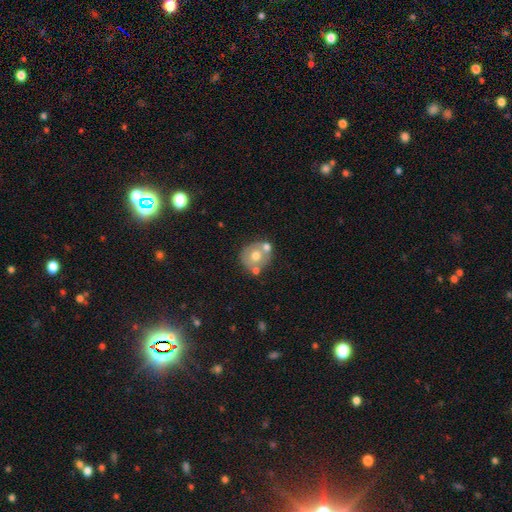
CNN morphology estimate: A smooth galaxy with no disk features (55%) that is round (77%).

Vote fractions:
- Smooth or featured? smooth: 55% / featured or disk: 36% / star or artifact: 9%
- How rounded? round: 77% / in between: 22% / cigar-shaped: 1%
- Merging? none: 53% / merger: 28% / minor disturbance: 13% / major disturbance: 5%